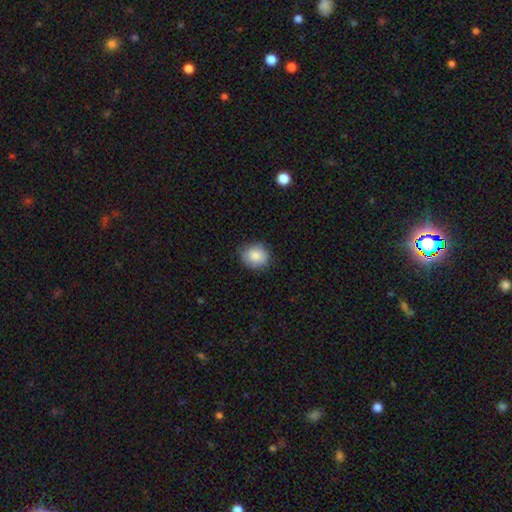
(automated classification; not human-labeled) A smooth galaxy with no disk features (85%) that is round (73%). Merging: none (81%).